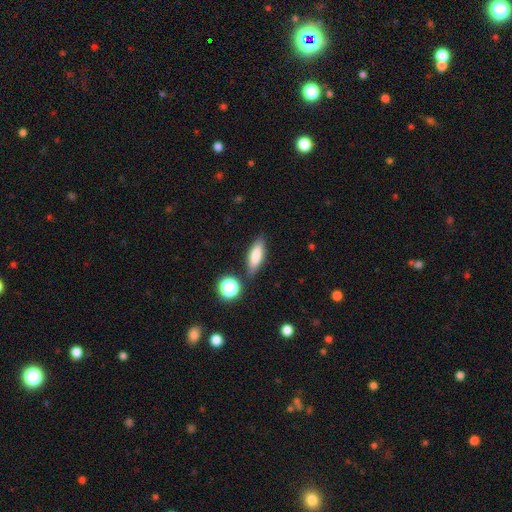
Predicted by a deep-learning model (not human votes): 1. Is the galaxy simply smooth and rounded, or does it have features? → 76% smooth, 16% featured or disk, 8% star or artifact.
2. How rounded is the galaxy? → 58% in between, 38% cigar-shaped, 4% round.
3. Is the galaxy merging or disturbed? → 79% none, 13% minor disturbance, 5% merger, 3% major disturbance.